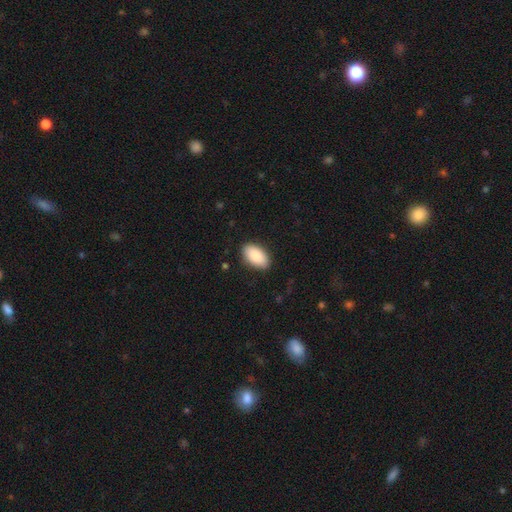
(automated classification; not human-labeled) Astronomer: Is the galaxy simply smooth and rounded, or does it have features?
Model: smooth — 88%.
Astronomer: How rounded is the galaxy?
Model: in between — 95%.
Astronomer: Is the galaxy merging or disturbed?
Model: none — 88%.